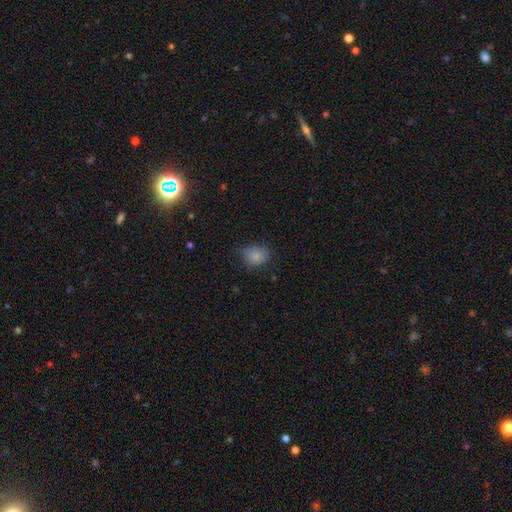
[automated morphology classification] Smooth or featured? Predicted: smooth (p=0.84). How rounded? Predicted: round (p=0.58). Merging? Predicted: none (p=0.65).